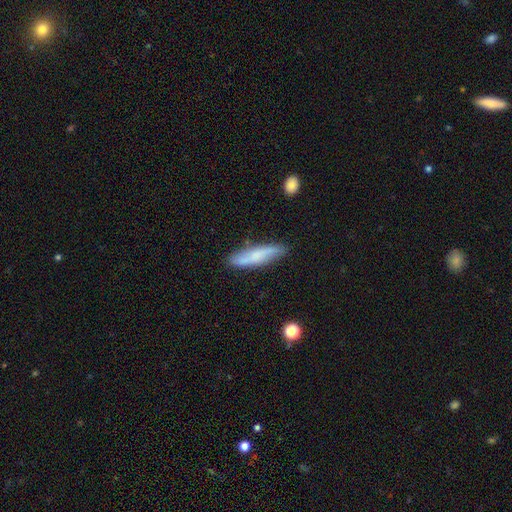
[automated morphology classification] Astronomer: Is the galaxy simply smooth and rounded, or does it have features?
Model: smooth — 59% (runner-up: featured or disk, 34%).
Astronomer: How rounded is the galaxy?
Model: cigar-shaped — 78%.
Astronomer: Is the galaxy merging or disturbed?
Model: none — 79%.